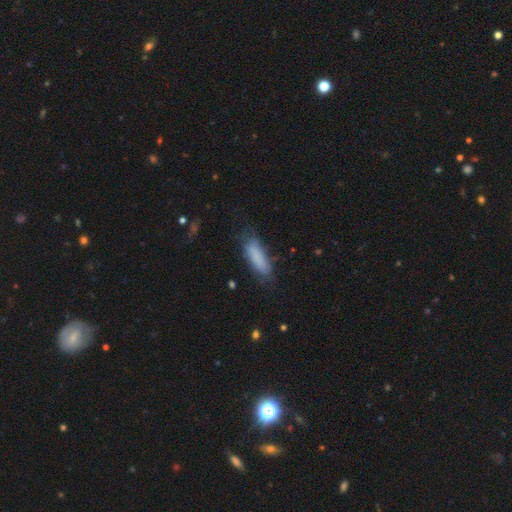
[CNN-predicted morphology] The model was most divided on "how rounded": in between: 51%, cigar-shaped: 47%, round: 2%. More confident: smooth or featured — smooth (79%); merging — none (67%).